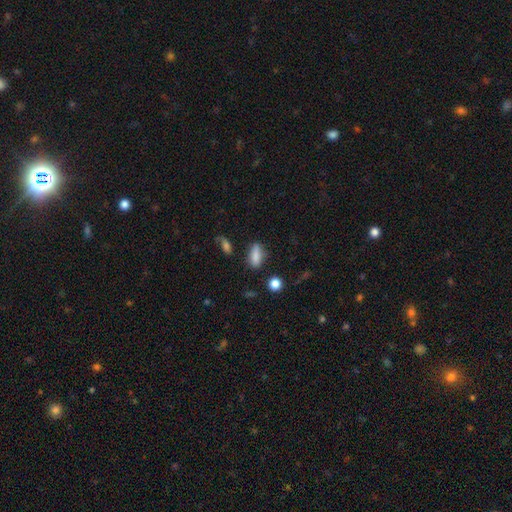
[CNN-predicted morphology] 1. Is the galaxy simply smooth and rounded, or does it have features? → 80% smooth, 11% featured or disk, 9% star or artifact.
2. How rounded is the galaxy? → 68% in between, 27% cigar-shaped, 5% round.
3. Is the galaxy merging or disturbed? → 71% none, 19% minor disturbance, 6% major disturbance, 4% merger.